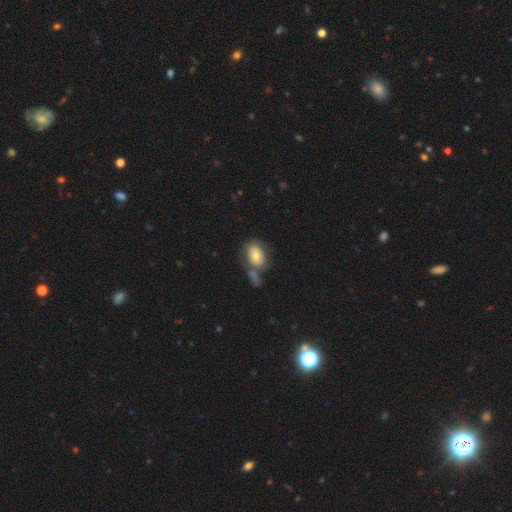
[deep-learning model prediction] Smooth or featured: smooth — 68% (featured or disk — 24%)
How rounded: in between — 76% (round — 22%)
Merging: none — 46% (merger — 27%)